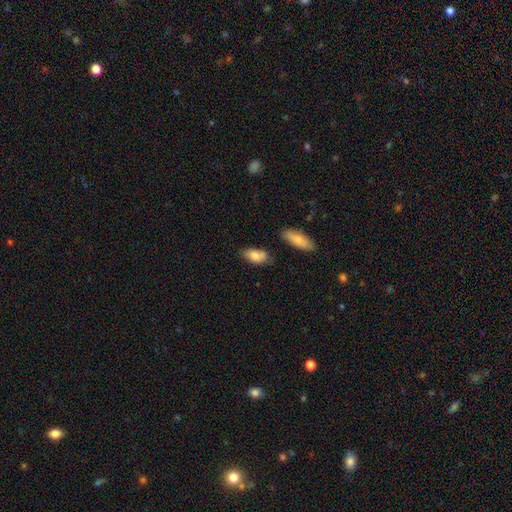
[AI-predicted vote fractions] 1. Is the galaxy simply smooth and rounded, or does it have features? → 79% smooth, 14% featured or disk, 7% star or artifact.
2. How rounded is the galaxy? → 90% in between, 7% cigar-shaped, 3% round.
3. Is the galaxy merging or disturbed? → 65% none, 21% minor disturbance, 9% merger, 5% major disturbance.